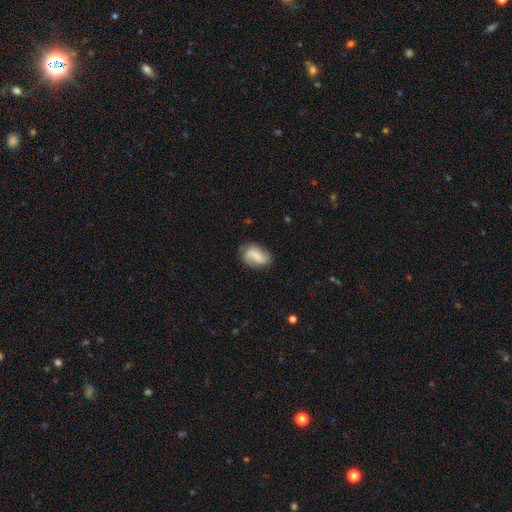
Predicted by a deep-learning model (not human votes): A smooth galaxy with no disk features (57%) that is in between round and cigar-shaped (84%).

Vote fractions:
- Smooth or featured? smooth: 57% / featured or disk: 35% / star or artifact: 8%
- How rounded? in between: 84% / round: 13% / cigar-shaped: 3%
- Merging? none: 66% / minor disturbance: 24% / major disturbance: 8% / merger: 2%